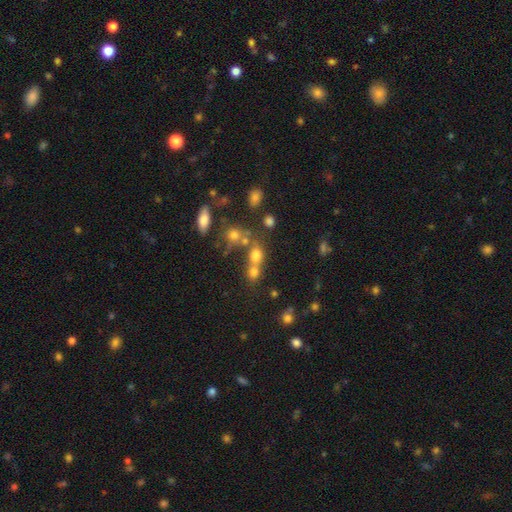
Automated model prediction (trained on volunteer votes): Smooth or featured?
  - smooth: 67% *
  - star or artifact: 19%
  - featured or disk: 15%
How rounded?
  - round: 56% *
  - in between: 40%
  - cigar-shaped: 3%
Merging?
  - merger: 52% *
  - none: 34%
  - minor disturbance: 8%
  - major disturbance: 6%